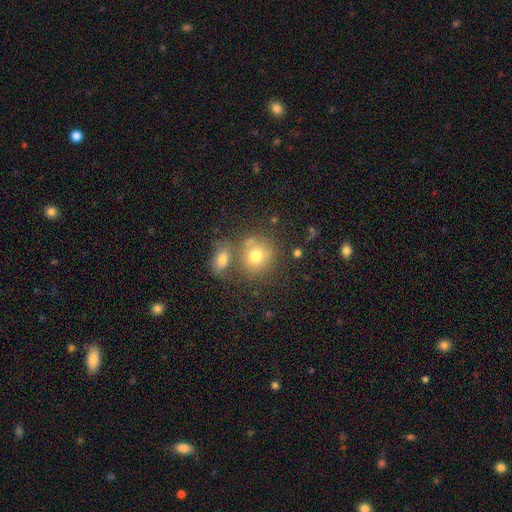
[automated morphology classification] Smooth or featured?
  - smooth: 74% *
  - featured or disk: 14%
  - star or artifact: 12%
How rounded?
  - round: 80% *
  - in between: 19%
  - cigar-shaped: 1%
Merging?
  - none: 54% *
  - merger: 30%
  - minor disturbance: 12%
  - major disturbance: 5%